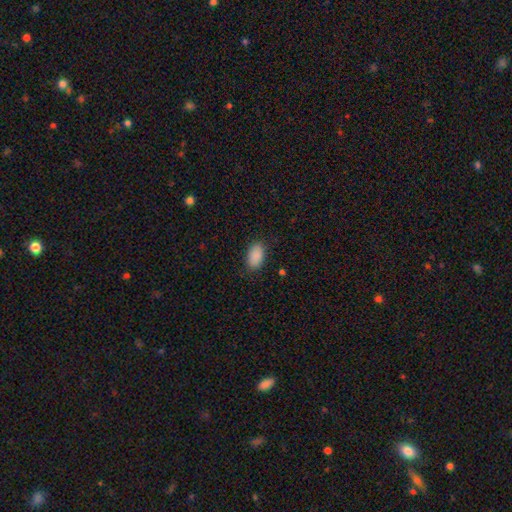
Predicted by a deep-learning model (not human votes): Smooth or featured? smooth (90%)
How rounded? in between (94%)
Merging? none (86%)